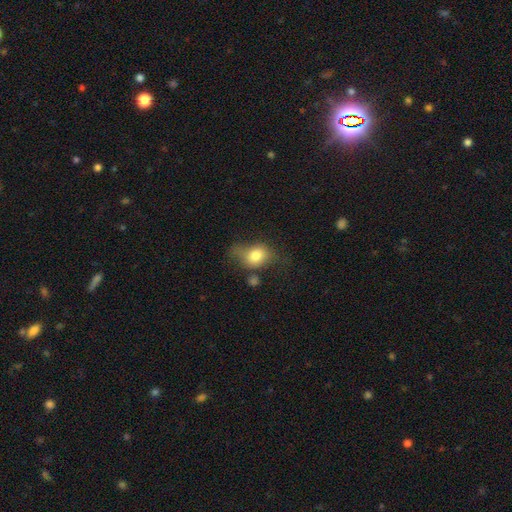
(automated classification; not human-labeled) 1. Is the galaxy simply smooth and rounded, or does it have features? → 76% smooth, 15% featured or disk, 9% star or artifact.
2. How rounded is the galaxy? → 60% in between, 39% round, 2% cigar-shaped.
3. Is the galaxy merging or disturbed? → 40% none, 32% minor disturbance, 21% major disturbance, 8% merger.